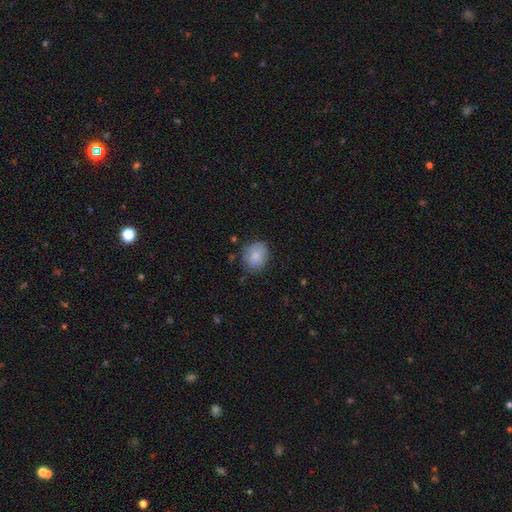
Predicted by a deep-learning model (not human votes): A smooth galaxy with no disk features (78%) that is round (62%). Merging: none (68%).